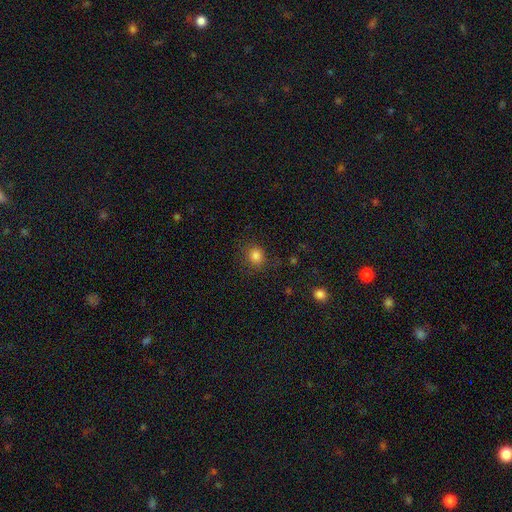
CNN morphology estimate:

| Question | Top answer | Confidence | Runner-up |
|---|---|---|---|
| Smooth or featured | smooth | 83% | star or artifact (12%) |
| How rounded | round | 83% | in between (16%) |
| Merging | none | 82% | minor disturbance (11%) |